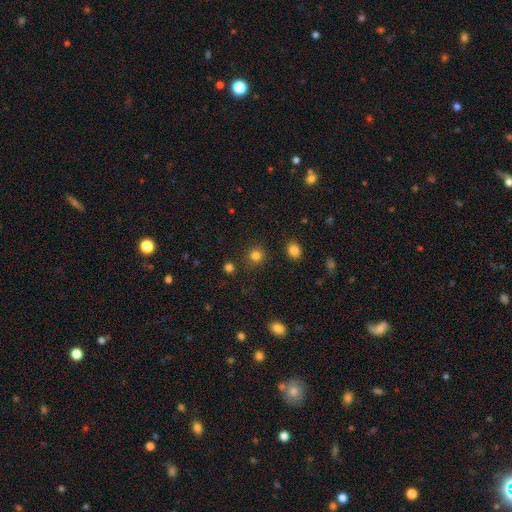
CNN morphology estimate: smooth 81%, star or artifact 14%, featured or disk 4%. Down the decision tree: how rounded — round (87%); merging — none (86%).